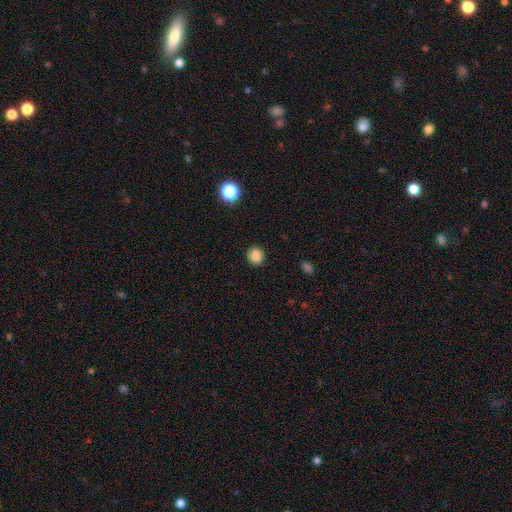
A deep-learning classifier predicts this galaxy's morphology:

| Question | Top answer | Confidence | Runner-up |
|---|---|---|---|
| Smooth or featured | smooth | 85% | star or artifact (11%) |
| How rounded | round | 78% | in between (21%) |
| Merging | none | 89% | minor disturbance (8%) |